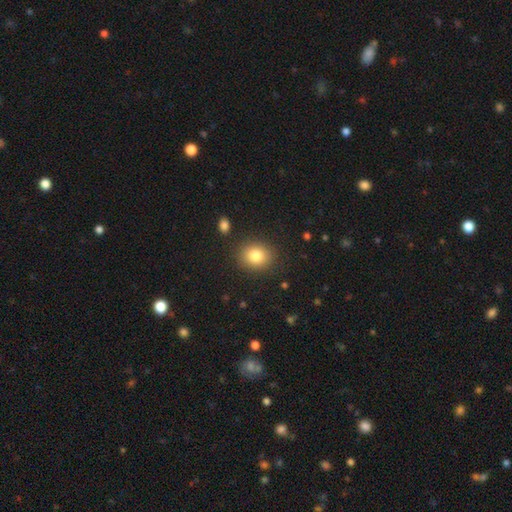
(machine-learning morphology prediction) type=smooth (82%); roundness=round (65%); merging=none (87%).